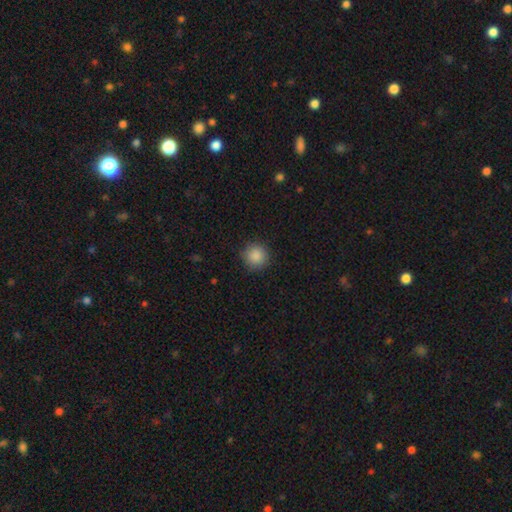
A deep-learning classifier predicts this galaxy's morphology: smooth 88%, star or artifact 9%, featured or disk 3%. Down the decision tree: how rounded — round (94%); merging — none (90%).